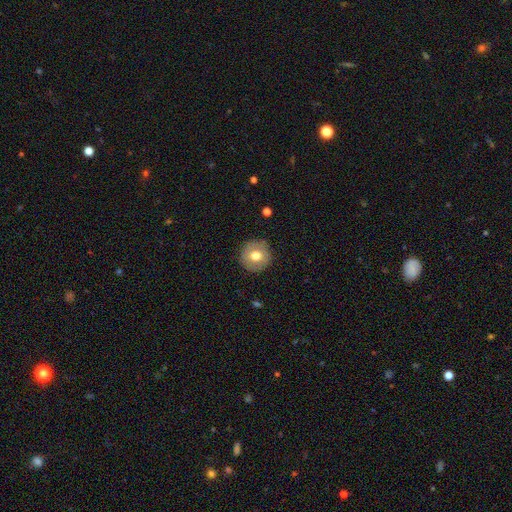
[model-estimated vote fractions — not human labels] Smooth or featured? smooth (72%)
How rounded? round (95%)
Merging? none (89%)